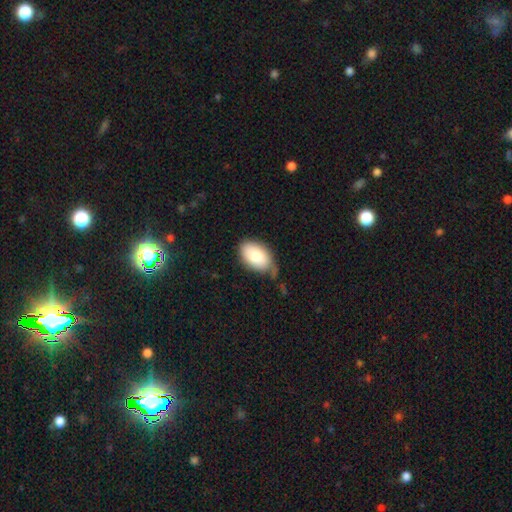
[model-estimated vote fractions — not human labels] A smooth galaxy with no disk features (81%) that is in between round and cigar-shaped (91%). Merging: none (57%).